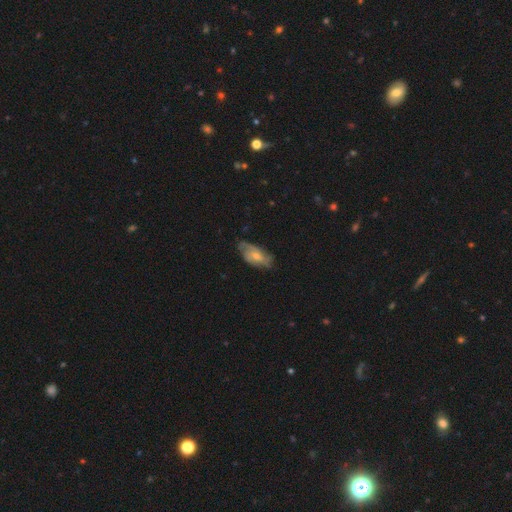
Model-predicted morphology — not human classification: Smooth or featured?
  - featured or disk: 54% *
  - smooth: 40%
  - star or artifact: 7%
Edge-on disk?
  - no: 90% *
  - yes: 10%
Merging?
  - none: 60% *
  - minor disturbance: 29%
  - major disturbance: 9%
  - merger: 2%